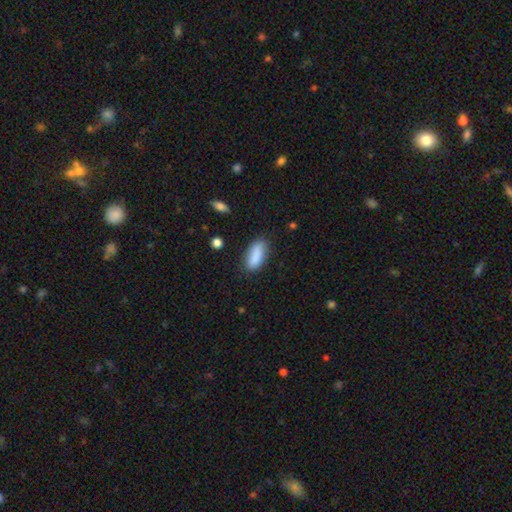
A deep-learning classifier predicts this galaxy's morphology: smooth-or-featured: smooth: 86% | star or artifact: 7% | featured or disk: 7%
  how-rounded: in between: 80% | cigar-shaped: 18% | round: 2%
  merging: none: 74% | minor disturbance: 19% | major disturbance: 4% | merger: 2%